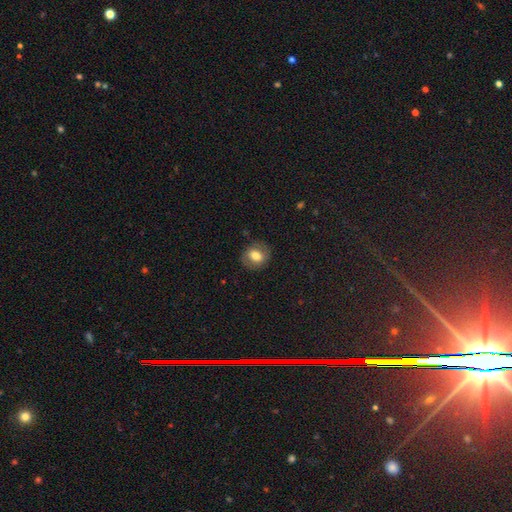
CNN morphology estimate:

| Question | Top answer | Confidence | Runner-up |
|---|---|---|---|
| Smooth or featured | smooth | 68% | featured or disk (23%) |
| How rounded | round | 64% | in between (35%) |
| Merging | none | 81% | minor disturbance (13%) |